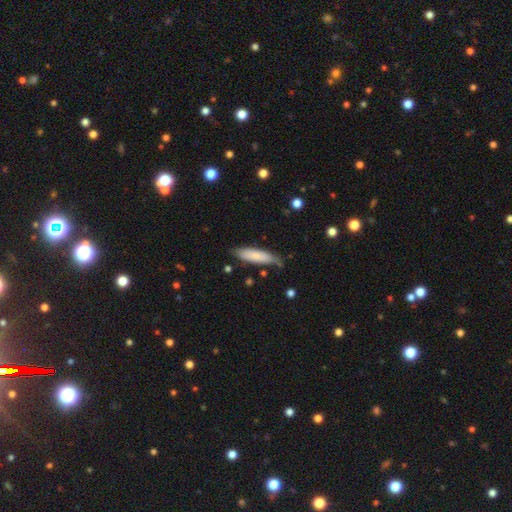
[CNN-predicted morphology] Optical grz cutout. It shows a smooth galaxy with no disk features (79%) that is cigar-shaped (67%). Merging: none (70%).